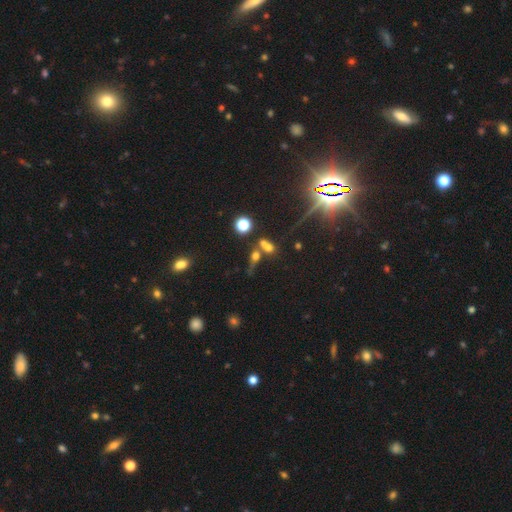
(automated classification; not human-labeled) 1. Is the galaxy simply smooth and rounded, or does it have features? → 60% star or artifact, 22% smooth, 18% featured or disk.